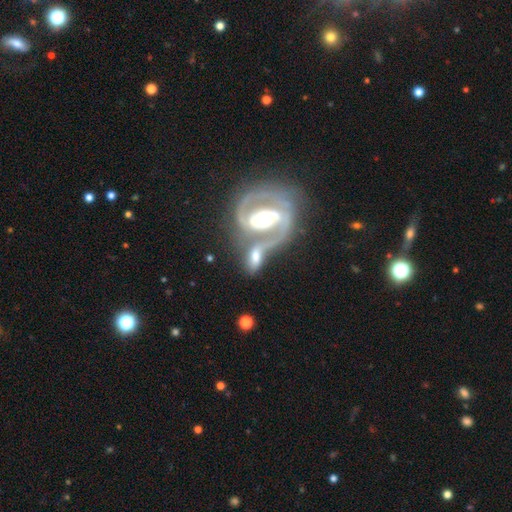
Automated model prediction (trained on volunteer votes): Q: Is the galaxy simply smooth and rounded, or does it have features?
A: featured or disk — 63%.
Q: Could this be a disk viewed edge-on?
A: no — 93%.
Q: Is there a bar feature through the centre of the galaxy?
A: no — 39%.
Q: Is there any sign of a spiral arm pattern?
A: yes — 82%.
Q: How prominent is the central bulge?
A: moderate — 61%.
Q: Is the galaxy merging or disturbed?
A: merger — 60%.